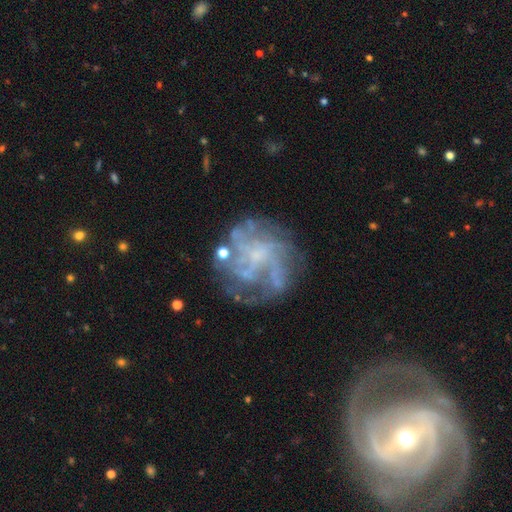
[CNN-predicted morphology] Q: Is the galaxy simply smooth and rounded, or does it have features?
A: featured or disk — 77%.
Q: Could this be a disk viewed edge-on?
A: no — 98%.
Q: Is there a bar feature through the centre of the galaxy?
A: no — 64%.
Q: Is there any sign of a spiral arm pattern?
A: yes — 74%.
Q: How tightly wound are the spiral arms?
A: medium — 38%.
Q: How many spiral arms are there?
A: can't tell — 39%.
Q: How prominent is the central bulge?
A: none — 45%.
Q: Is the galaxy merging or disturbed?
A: none — 63%.